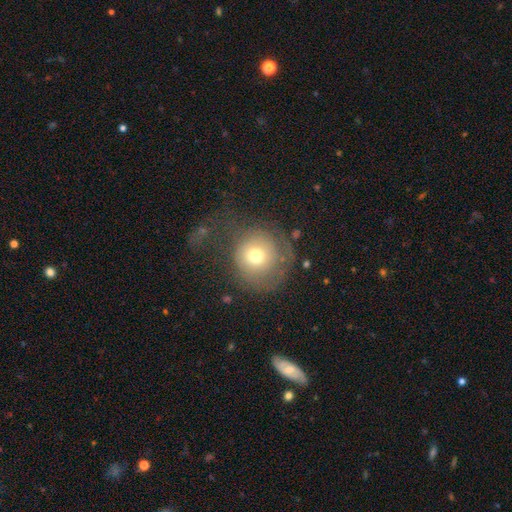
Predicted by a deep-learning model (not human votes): A smooth galaxy with no disk features (65%) that is round (87%). Merging: none (41%).